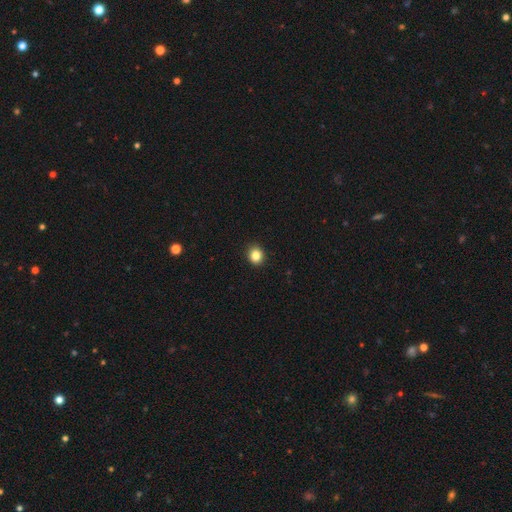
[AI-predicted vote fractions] Smooth or featured? Predicted: smooth (p=0.85). How rounded? Predicted: round (p=0.78). Merging? Predicted: none (p=0.91).